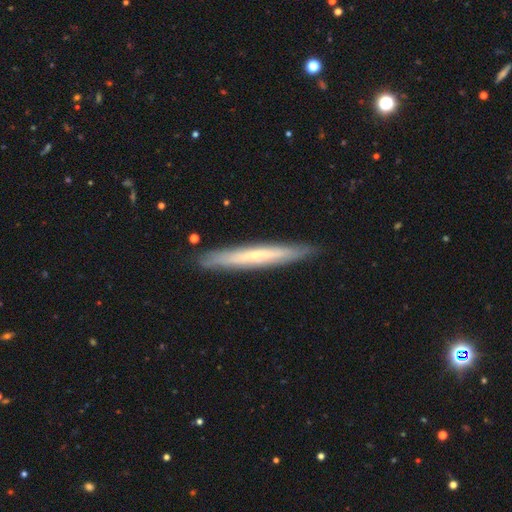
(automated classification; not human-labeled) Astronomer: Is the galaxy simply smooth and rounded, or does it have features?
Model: featured or disk — 57% (runner-up: smooth, 37%).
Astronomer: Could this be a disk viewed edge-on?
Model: yes — 88%.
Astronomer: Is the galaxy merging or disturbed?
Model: none — 89%.